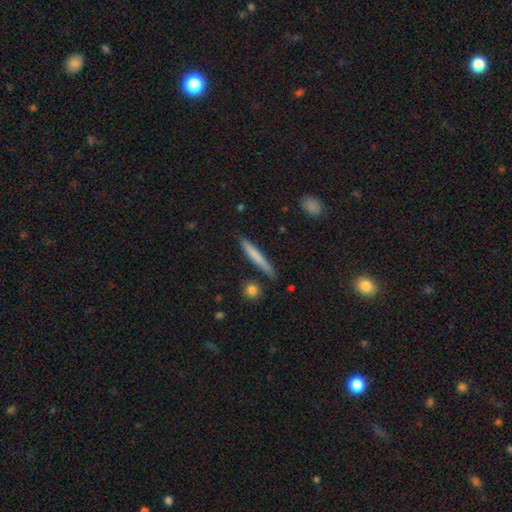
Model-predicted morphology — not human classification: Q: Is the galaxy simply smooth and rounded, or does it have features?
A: smooth — 67%.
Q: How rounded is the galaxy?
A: cigar-shaped — 95%.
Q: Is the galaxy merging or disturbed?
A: none — 85%.